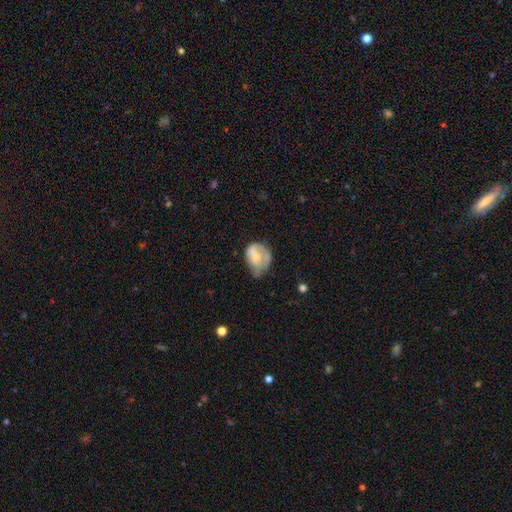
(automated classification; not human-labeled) A smooth galaxy with no disk features (57%) that is in between round and cigar-shaped (57%). Merging: minor disturbance (38%).